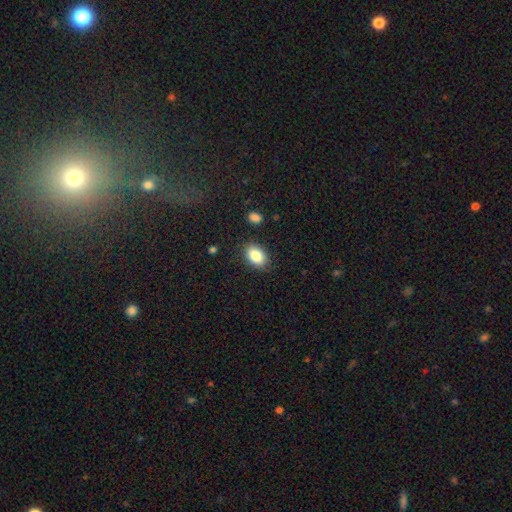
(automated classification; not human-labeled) Smooth or featured: smooth — 87% (star or artifact — 8%)
How rounded: in between — 85% (round — 14%)
Merging: none — 85% (minor disturbance — 11%)